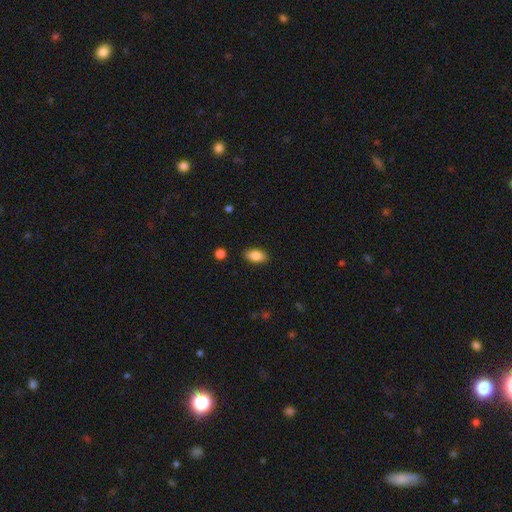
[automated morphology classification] smooth_or_featured: smooth (p=0.85) [alt: star or artifact p=0.07]
how_rounded: in between (p=0.92) [alt: round p=0.05]
merging: none (p=0.88) [alt: minor disturbance p=0.09]